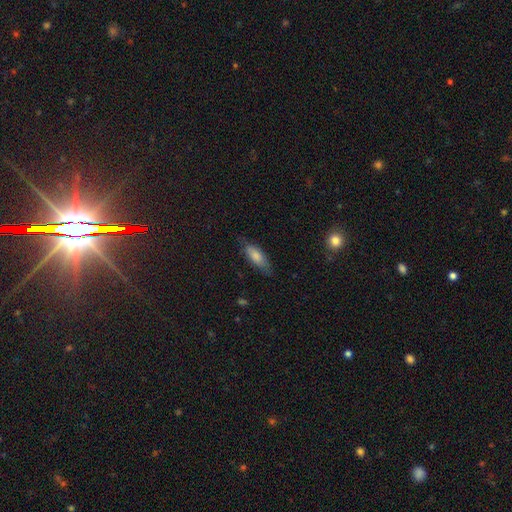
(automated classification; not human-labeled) smooth_or_featured: smooth (p=0.77) [alt: featured or disk p=0.17]
how_rounded: in between (p=0.66) [alt: cigar-shaped p=0.32]
merging: none (p=0.70) [alt: minor disturbance p=0.23]